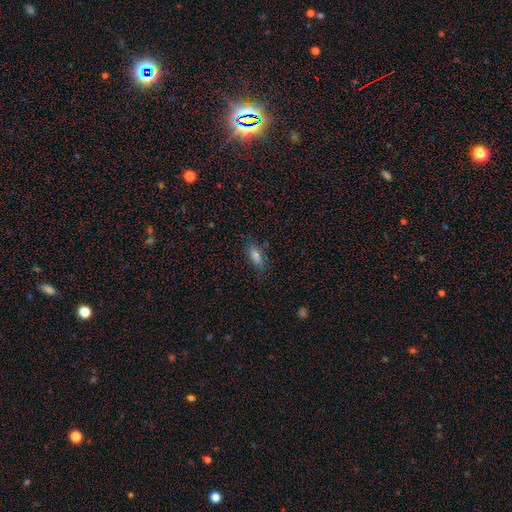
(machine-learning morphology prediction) A smooth galaxy with no disk features (74%) that is in between round and cigar-shaped (68%).

Vote fractions:
- Smooth or featured? smooth: 74% / star or artifact: 14% / featured or disk: 12%
- How rounded? in between: 68% / cigar-shaped: 28% / round: 4%
- Merging? none: 81% / minor disturbance: 14% / major disturbance: 3% / merger: 1%